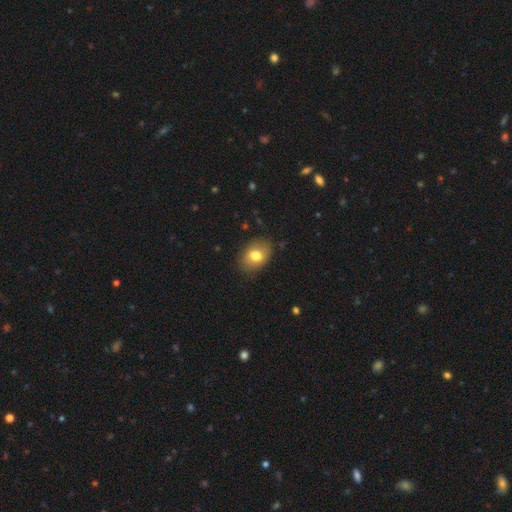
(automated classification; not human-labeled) Overall: smooth (76%). How rounded: in between (76%). Merging: none (82%).